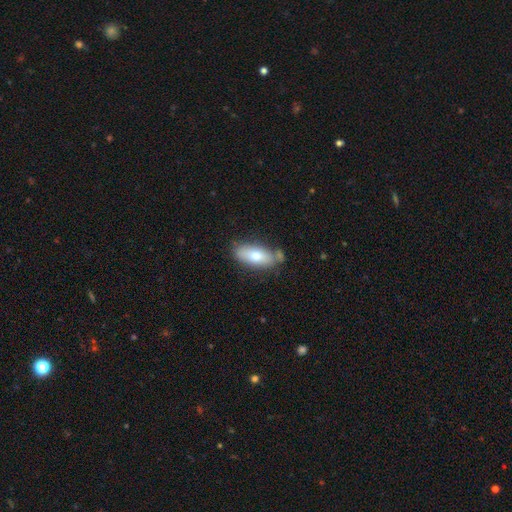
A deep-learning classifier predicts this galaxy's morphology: Overall: smooth (71%). How rounded: in between (83%). Merging: none (68%).